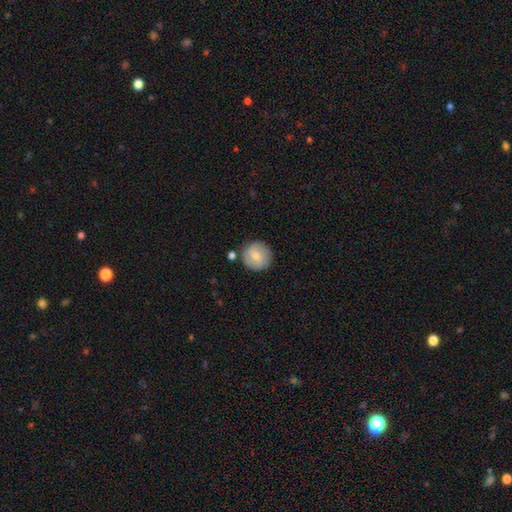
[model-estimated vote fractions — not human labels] Q: Smooth or featured?
A: smooth (76%); runner-up: featured or disk (17%)
Q: How rounded?
A: round (94%); runner-up: in between (5%)
Q: Merging?
A: none (82%); runner-up: minor disturbance (10%)